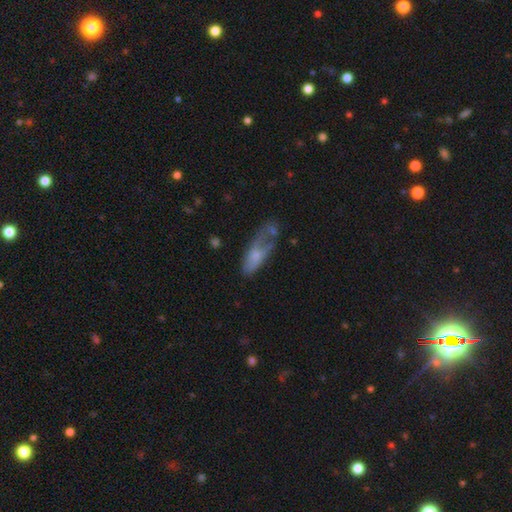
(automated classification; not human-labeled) This appears to be a smooth galaxy with no disk features (55%) that is in between round and cigar-shaped (71%). Merging: major disturbance (36%).